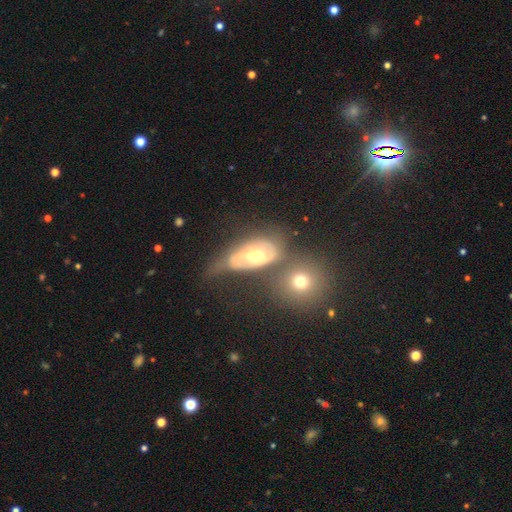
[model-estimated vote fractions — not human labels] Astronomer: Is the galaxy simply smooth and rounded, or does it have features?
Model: featured or disk — 57%.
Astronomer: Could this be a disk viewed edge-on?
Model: no — 83%.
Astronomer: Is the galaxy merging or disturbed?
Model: none — 32% (runner-up: merger, 29%).